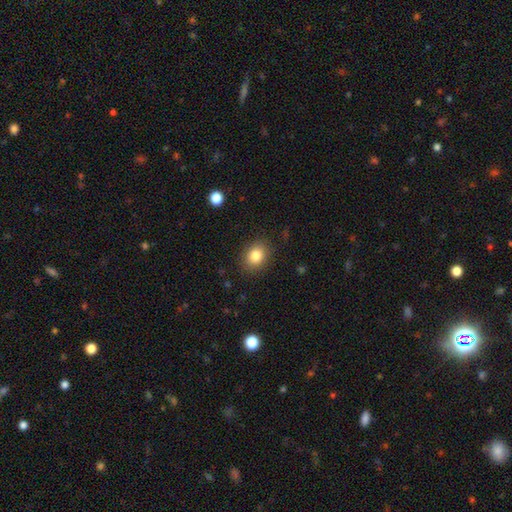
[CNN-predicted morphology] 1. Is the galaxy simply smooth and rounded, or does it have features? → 84% smooth, 10% star or artifact, 7% featured or disk.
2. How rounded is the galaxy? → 53% round, 46% in between, 1% cigar-shaped.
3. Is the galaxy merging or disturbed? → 87% none, 9% minor disturbance, 3% major disturbance, 1% merger.